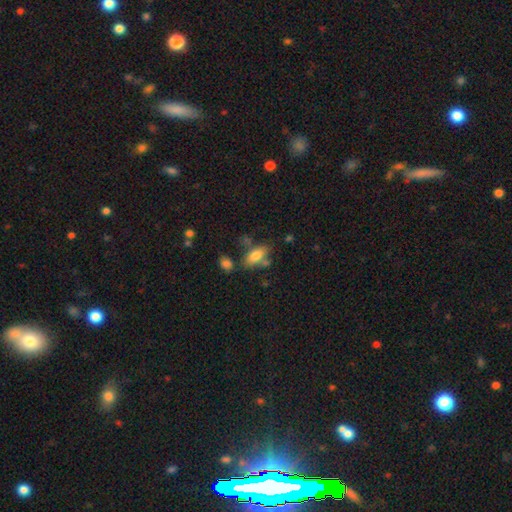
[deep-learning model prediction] This appears to be a smooth galaxy with no disk features (78%) that is in between round and cigar-shaped (87%). Merging: none (62%).